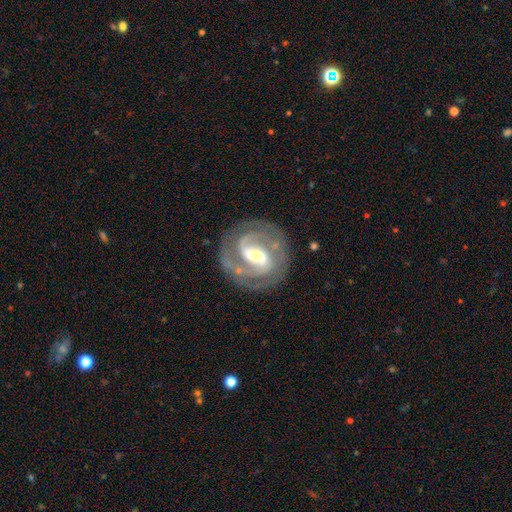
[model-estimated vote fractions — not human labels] smooth-or-featured: featured or disk: 89% | smooth: 7% | star or artifact: 5%
  disk-edge-on: no: 97% | yes: 3%
    bar: strong: 42% | weak: 41% | no: 17%
    has-spiral-arms: yes: 96% | no: 4%
      spiral-winding: tight: 48% | medium: 43% | loose: 9%
      spiral-arm-count: 2: 72% | 3: 11% | can't tell: 8% | 1: 4% | 4: 2% | more than 4: 2%
    bulge-size: moderate: 50% | small: 44% | large: 5% | none: 1% | dominant: 1%
  merging: none: 79% | minor disturbance: 13% | major disturbance: 6% | merger: 2%